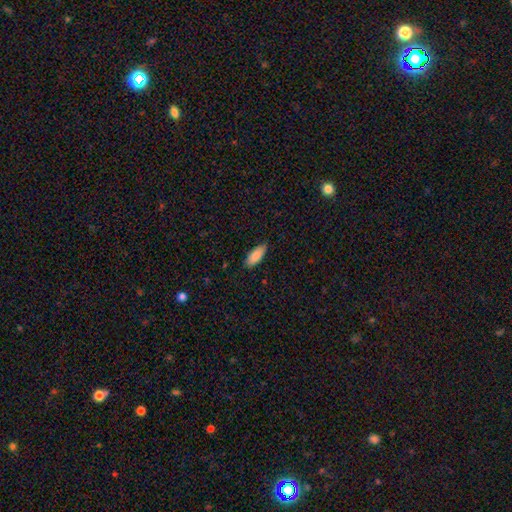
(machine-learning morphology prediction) This appears to be a smooth galaxy with no disk features (89%) that is in between round and cigar-shaped (80%). Merging: none (84%).